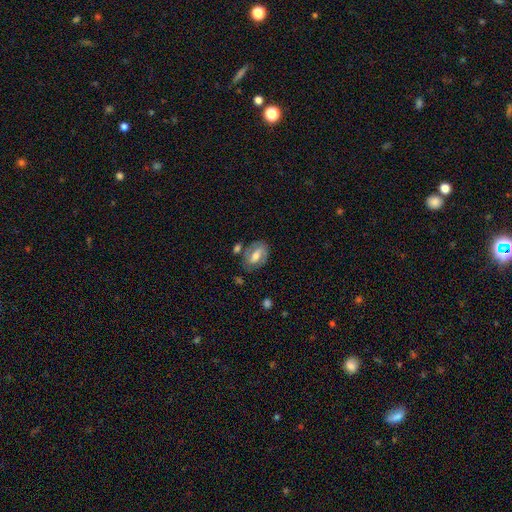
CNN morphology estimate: The model was most divided on "bar": weak: 42%, strong: 34%, no: 24%. More confident: edge-on disk — no (94%); spiral arms — yes (72%); merging — none (65%); bulge size — moderate (62%); smooth or featured — featured or disk (55%).